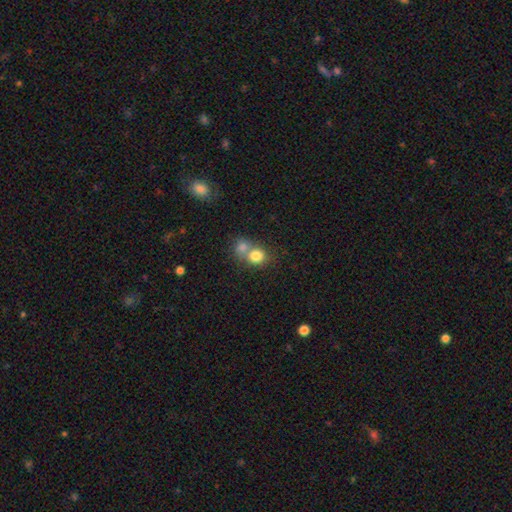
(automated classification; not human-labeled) Smooth or featured?
  - smooth: 80% *
  - star or artifact: 10%
  - featured or disk: 10%
How rounded?
  - round: 77% *
  - in between: 22%
  - cigar-shaped: 1%
Merging?
  - merger: 56% *
  - none: 34%
  - minor disturbance: 6%
  - major disturbance: 3%